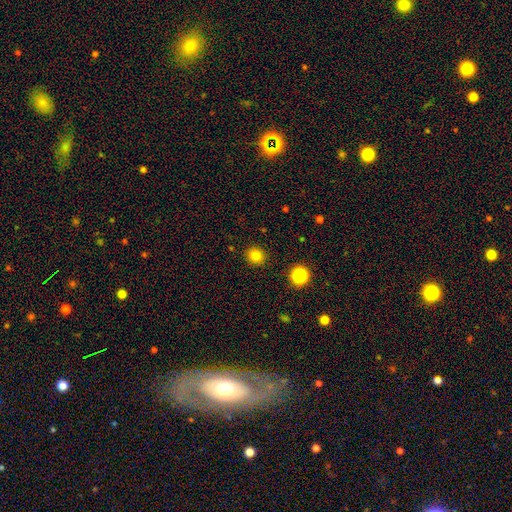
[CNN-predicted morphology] smooth-or-featured: smooth: 81% | star or artifact: 14% | featured or disk: 5%
  how-rounded: round: 88% | in between: 11% | cigar-shaped: 1%
  merging: none: 91% | minor disturbance: 6% | major disturbance: 2% | merger: 1%